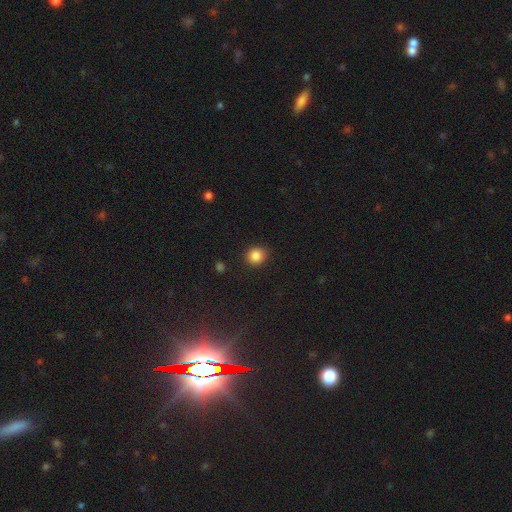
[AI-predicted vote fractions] smooth_or_featured: smooth (p=0.86) [alt: star or artifact p=0.10]
how_rounded: round (p=0.87) [alt: in between p=0.12]
merging: none (p=0.88) [alt: minor disturbance p=0.09]